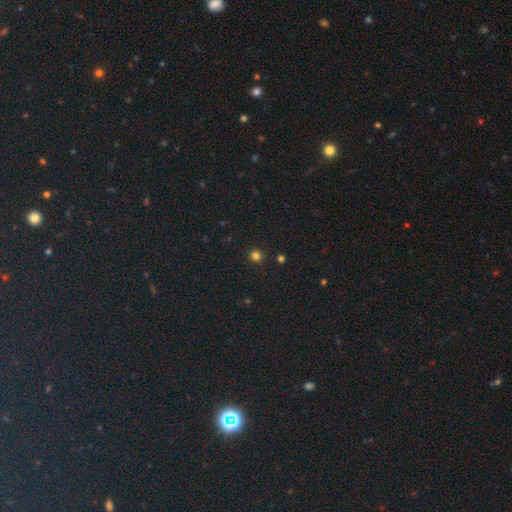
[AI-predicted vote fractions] This appears to be a smooth galaxy with no disk features (78%) that is round (93%). Merging: none (90%).